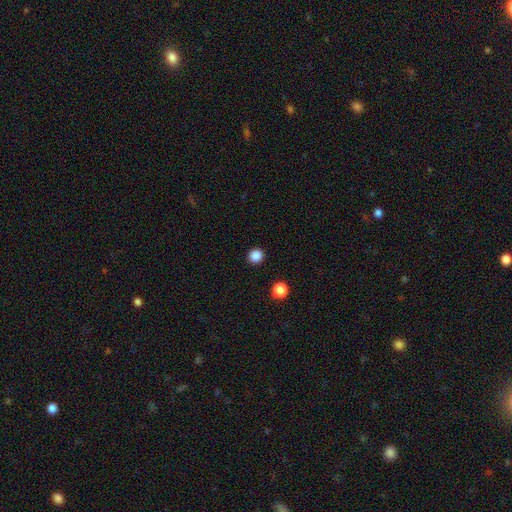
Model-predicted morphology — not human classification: type=smooth (86%); roundness=round (93%); merging=none (92%).